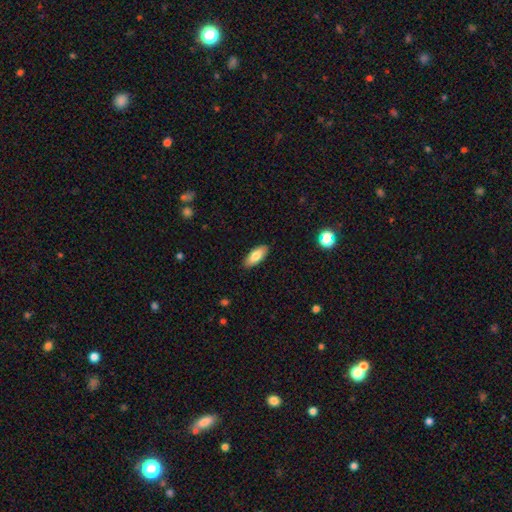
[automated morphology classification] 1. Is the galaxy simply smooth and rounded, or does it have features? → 81% smooth, 13% featured or disk, 7% star or artifact.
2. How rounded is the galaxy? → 85% in between, 13% cigar-shaped, 2% round.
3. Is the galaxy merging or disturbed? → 89% none, 9% minor disturbance, 2% major disturbance, 1% merger.